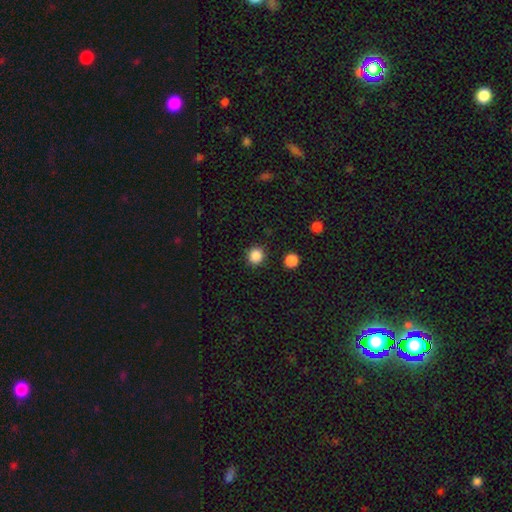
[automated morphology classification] type=smooth (86%); roundness=round (91%); merging=none (89%).